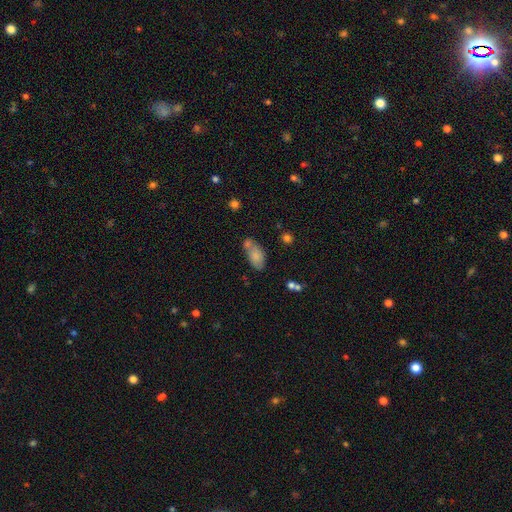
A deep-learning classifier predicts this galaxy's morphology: This is likely a smooth galaxy (77%). How rounded: clearly in between (91%). Merging: possibly none (49%).